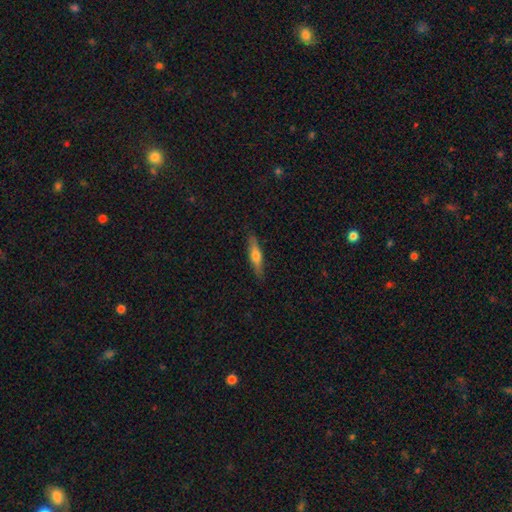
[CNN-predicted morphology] featured or disk 47% (tied), smooth 47% (tied), star or artifact 6%. Down the decision tree: merging — none (88%).